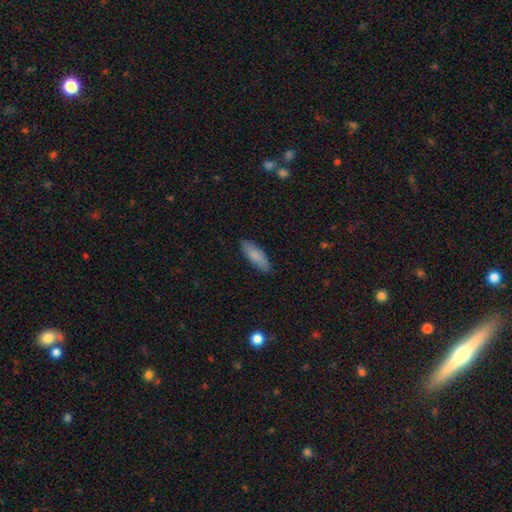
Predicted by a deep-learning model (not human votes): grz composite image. It shows a smooth galaxy with no disk features (83%) that is in between round and cigar-shaped (52%). Merging: none (85%).